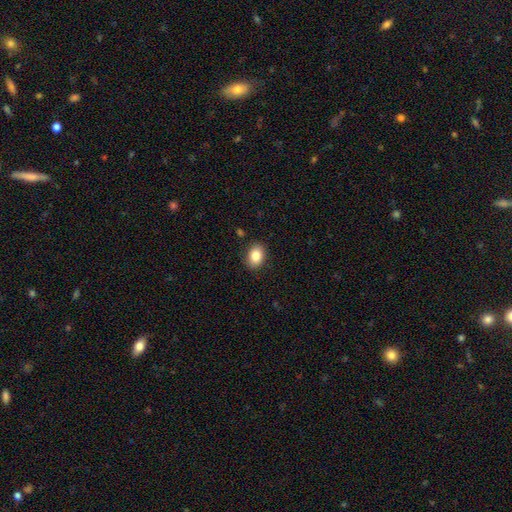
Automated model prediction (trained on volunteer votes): A smooth galaxy with no disk features (85%) that is in between round and cigar-shaped (75%).

Vote fractions:
- Smooth or featured? smooth: 85% / star or artifact: 8% / featured or disk: 7%
- How rounded? in between: 75% / round: 24% / cigar-shaped: 1%
- Merging? none: 88% / minor disturbance: 9% / major disturbance: 2% / merger: 1%